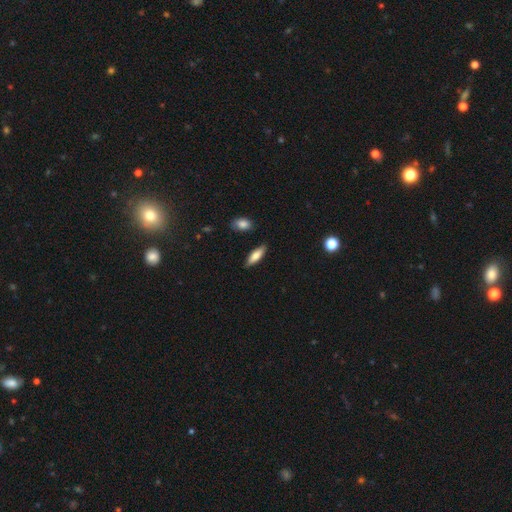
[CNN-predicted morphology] smooth_or_featured: smooth (p=0.73) [alt: featured or disk p=0.20]
how_rounded: in between (p=0.50) [alt: cigar-shaped p=0.48]
merging: none (p=0.85) [alt: minor disturbance p=0.11]